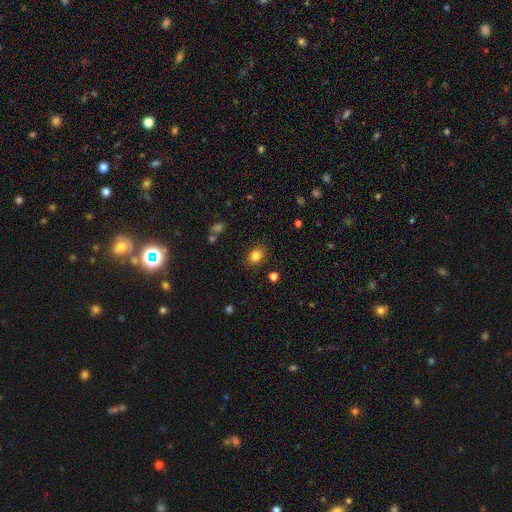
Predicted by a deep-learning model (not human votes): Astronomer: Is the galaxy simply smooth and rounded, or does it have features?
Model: smooth — 83%.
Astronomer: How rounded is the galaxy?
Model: in between — 60% (runner-up: round, 39%).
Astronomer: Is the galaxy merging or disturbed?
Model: none — 86%.